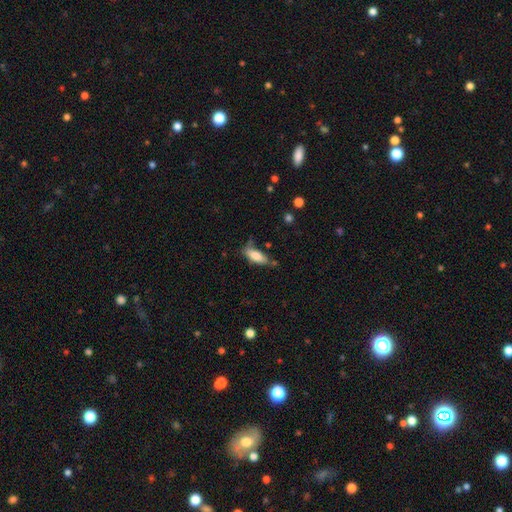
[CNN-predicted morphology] The model was most divided on "merging": none: 57%, minor disturbance: 28%, major disturbance: 8%, merger: 7%. More confident: smooth or featured — smooth (77%); how rounded — in between (72%).